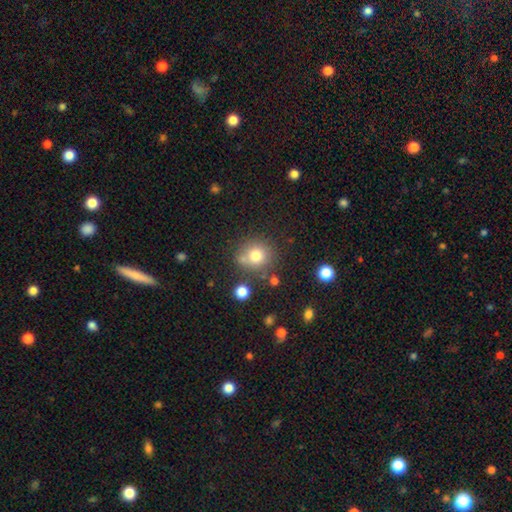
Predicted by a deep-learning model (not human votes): Overall: smooth (77%). How rounded: round (87%). Merging: none (69%).